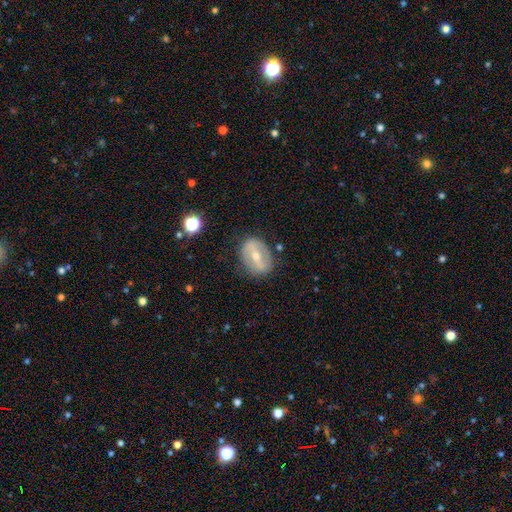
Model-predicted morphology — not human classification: Q: Smooth or featured?
A: featured or disk (66%); runner-up: smooth (27%)
Q: Edge-on disk?
A: no (91%); runner-up: yes (9%)
Q: Bar?
A: strong (63%); runner-up: weak (25%)
Q: Spiral arms?
A: no (65%); runner-up: yes (35%)
Q: Bulge size?
A: moderate (53%); runner-up: small (43%)
Q: Merging?
A: none (79%); runner-up: minor disturbance (14%)